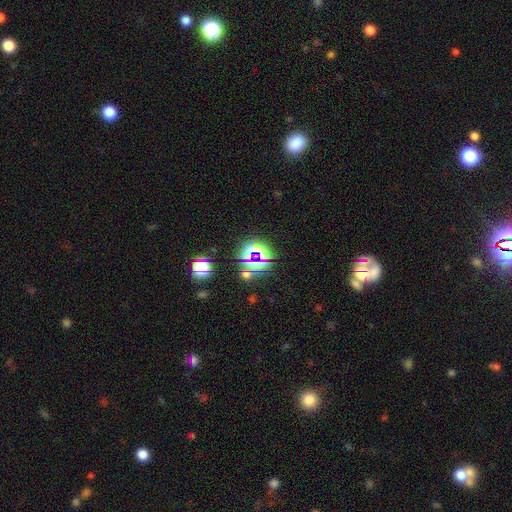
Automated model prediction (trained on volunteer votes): This is likely a star or artifact rather than a galaxy (72%).